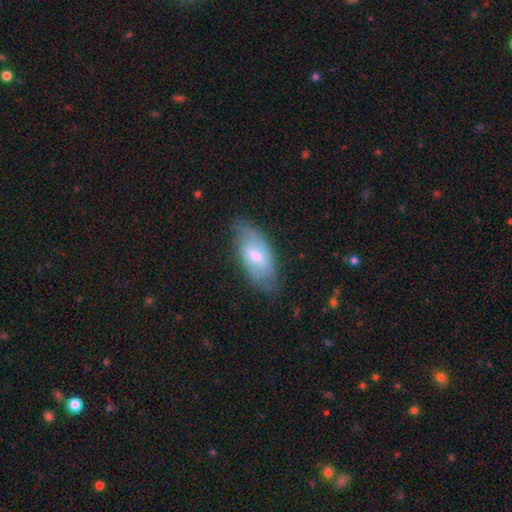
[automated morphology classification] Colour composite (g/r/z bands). It shows a featured or disk galaxy (49%). Merging: none (72%).